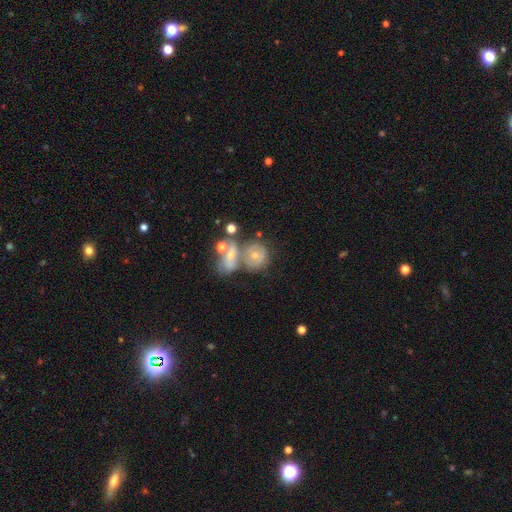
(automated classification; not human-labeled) smooth-or-featured: smooth: 48% | featured or disk: 39% | star or artifact: 12%
  merging: merger: 48% | none: 31% | minor disturbance: 13% | major disturbance: 8%